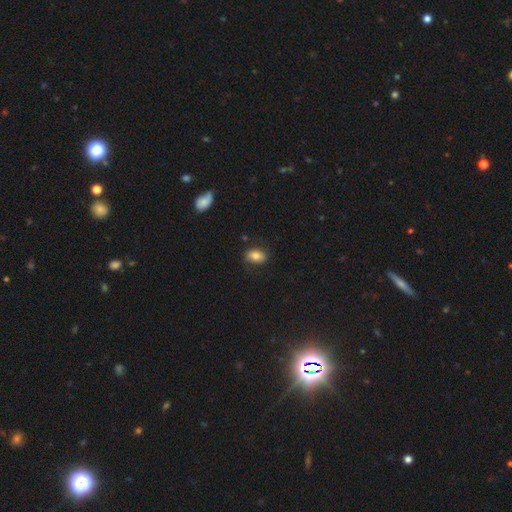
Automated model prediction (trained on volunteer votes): smooth 78%, featured or disk 13%, star or artifact 9%. Down the decision tree: how rounded — in between (84%); merging — none (73%).